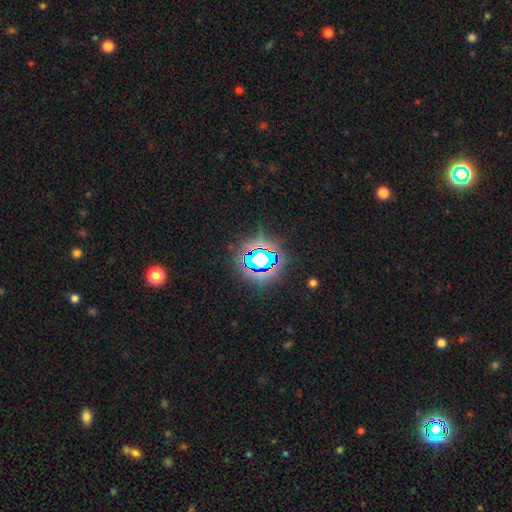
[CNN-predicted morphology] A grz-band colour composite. It shows a star or artifact, not a galaxy (78%).